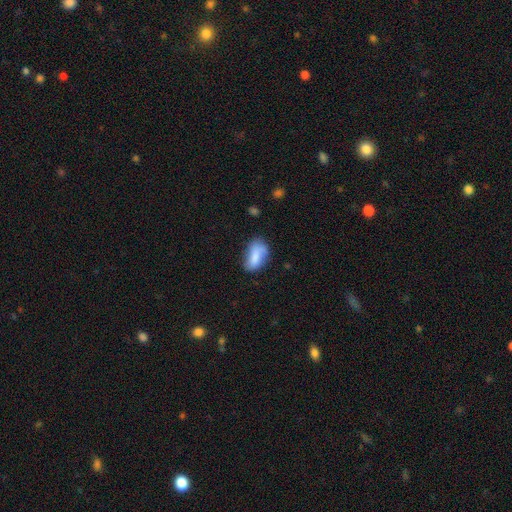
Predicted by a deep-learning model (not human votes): Smooth or featured: smooth — 75% (featured or disk — 18%)
How rounded: in between — 90% (round — 6%)
Merging: none — 50% (minor disturbance — 31%)